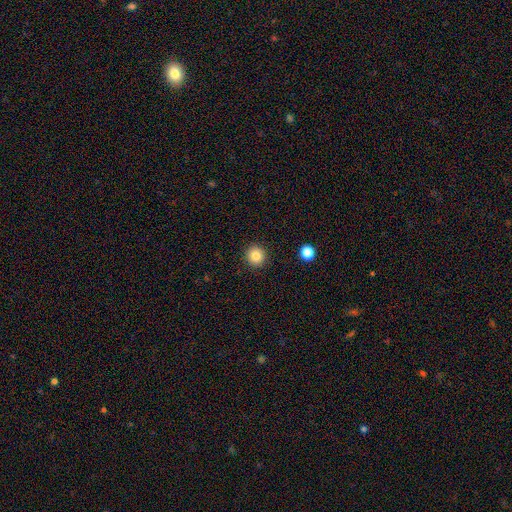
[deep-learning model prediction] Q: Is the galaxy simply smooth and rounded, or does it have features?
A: smooth — 84%.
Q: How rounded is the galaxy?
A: round — 94%.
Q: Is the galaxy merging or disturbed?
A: none — 92%.